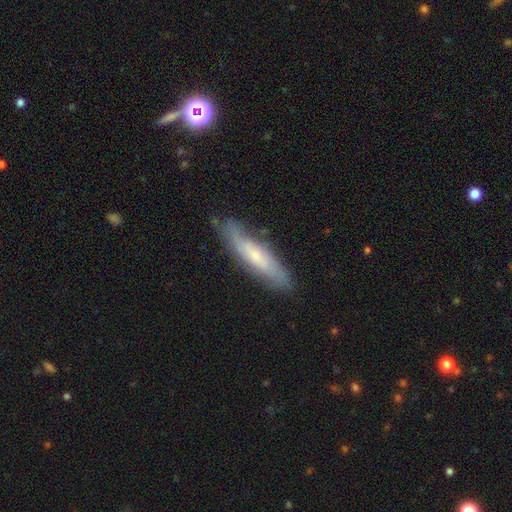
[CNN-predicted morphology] Q: Smooth or featured?
A: smooth (49%); runner-up: featured or disk (45%)
Q: Merging?
A: none (76%); runner-up: minor disturbance (18%)